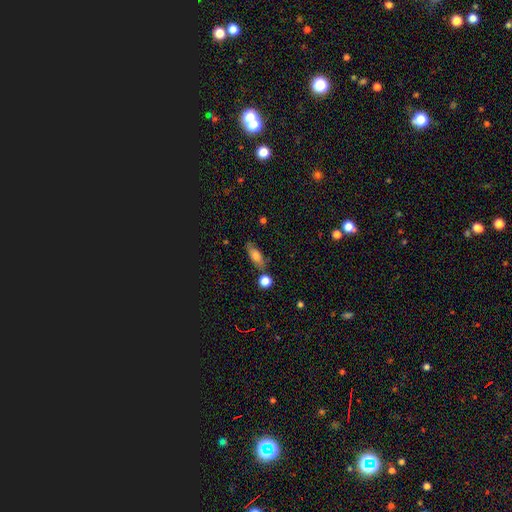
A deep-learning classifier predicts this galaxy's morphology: Overall: smooth (70%). How rounded: in between (75%). Merging: none (67%).